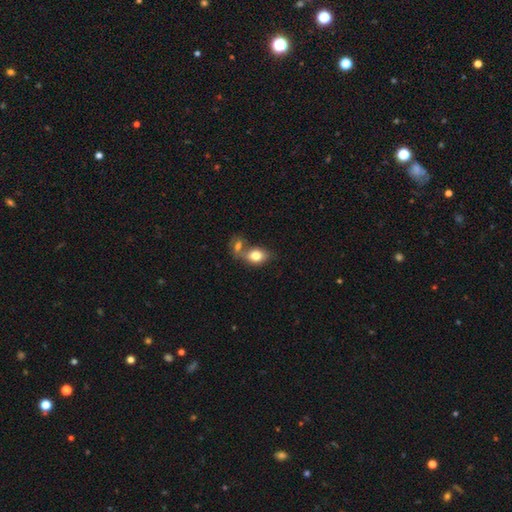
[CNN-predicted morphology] Overall: smooth (80%). How rounded: in between (72%). Merging: merger (48%; none 34%).